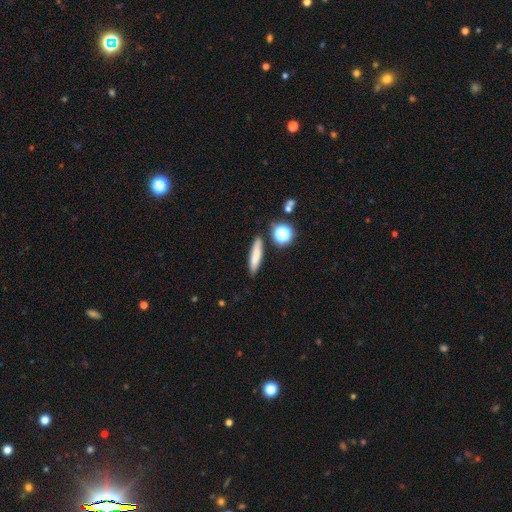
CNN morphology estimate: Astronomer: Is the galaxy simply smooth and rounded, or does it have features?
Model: smooth — 76%.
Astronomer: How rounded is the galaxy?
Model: cigar-shaped — 79%.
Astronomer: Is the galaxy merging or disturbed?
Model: none — 85%.